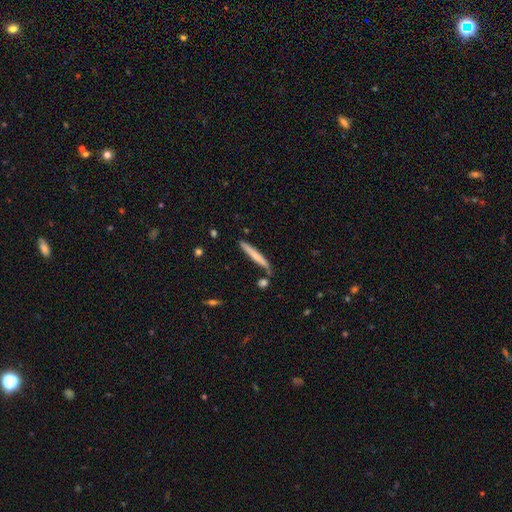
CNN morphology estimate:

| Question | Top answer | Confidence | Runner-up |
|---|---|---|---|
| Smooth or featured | smooth | 65% | featured or disk (29%) |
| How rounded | cigar-shaped | 96% | in between (3%) |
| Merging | none | 82% | minor disturbance (11%) |